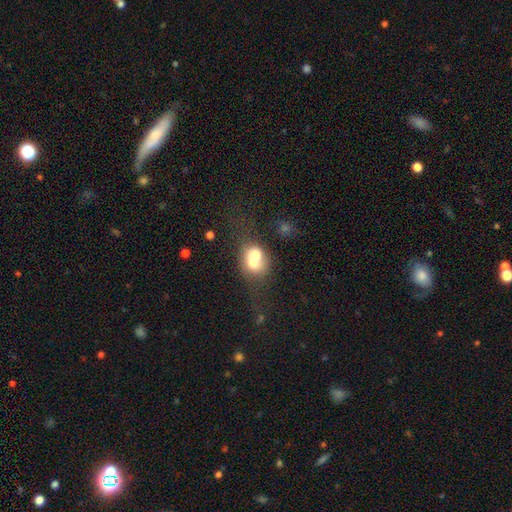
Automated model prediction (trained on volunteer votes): The model was most divided on "how rounded": round: 60%, in between: 39%, cigar-shaped: 1%. More confident: merging — merger (69%); smooth or featured — smooth (62%).